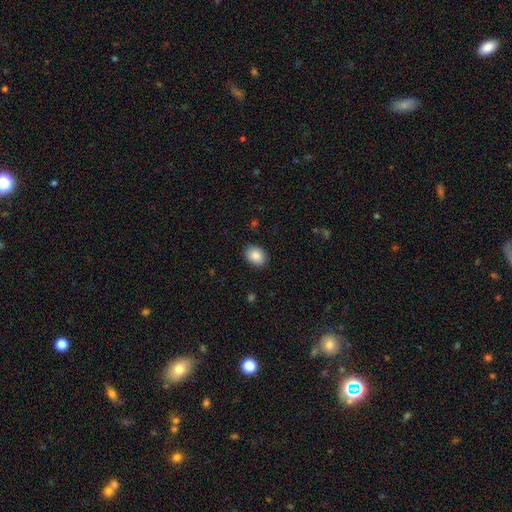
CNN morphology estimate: The model was most divided on "how rounded": in between: 68%, round: 31%, cigar-shaped: 1%. More confident: merging — none (88%); smooth or featured — smooth (87%).